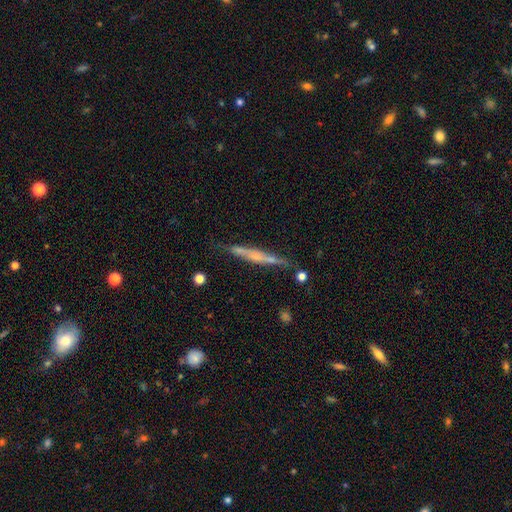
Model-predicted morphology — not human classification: Smooth or featured?
  - featured or disk: 57% *
  - smooth: 36%
  - star or artifact: 7%
Edge-on disk?
  - yes: 93% *
  - no: 7%
Edge-on bulge?
  - none: 54% *
  - rounded: 31%
  - boxy: 16%
Merging?
  - none: 71% *
  - minor disturbance: 18%
  - merger: 5%
  - major disturbance: 5%